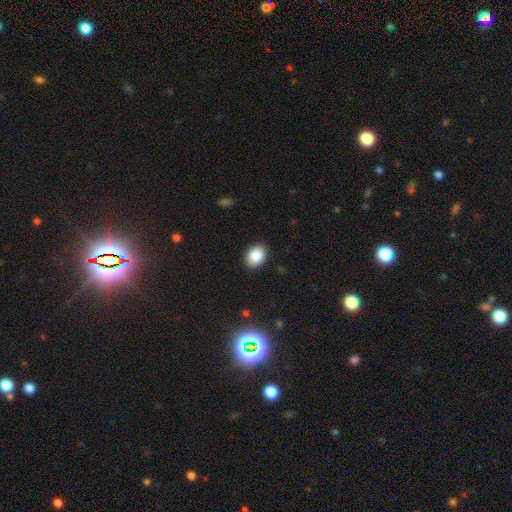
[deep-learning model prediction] Overall: smooth (86%). How rounded: in between (73%). Merging: none (89%).